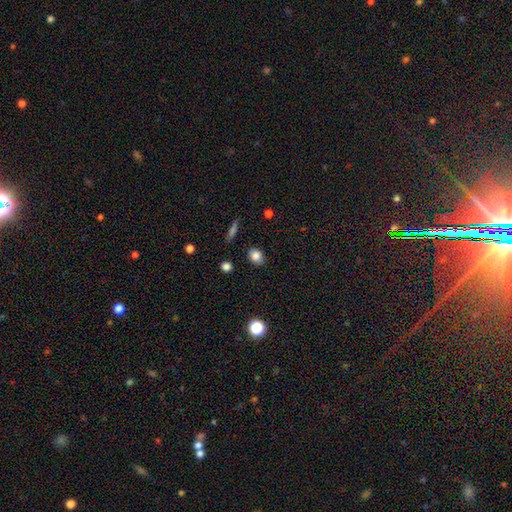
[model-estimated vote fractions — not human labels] A smooth galaxy with no disk features (83%) that is in between round and cigar-shaped (59%). Merging: none (88%).